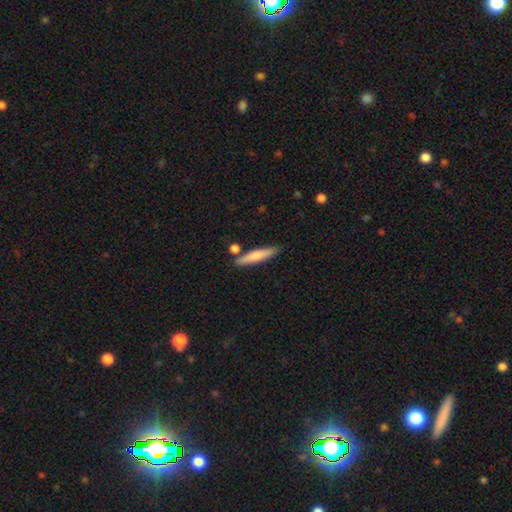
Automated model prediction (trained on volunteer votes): Smooth or featured?
  - smooth: 71% *
  - featured or disk: 23%
  - star or artifact: 6%
How rounded?
  - cigar-shaped: 87% *
  - in between: 11%
  - round: 2%
Merging?
  - none: 79% *
  - minor disturbance: 11%
  - merger: 8%
  - major disturbance: 2%